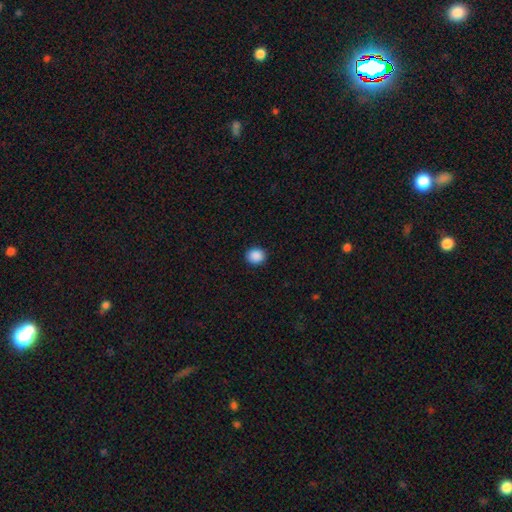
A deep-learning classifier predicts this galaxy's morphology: This appears to be a smooth galaxy with no disk features (89%) that is round (76%). Merging: none (92%).